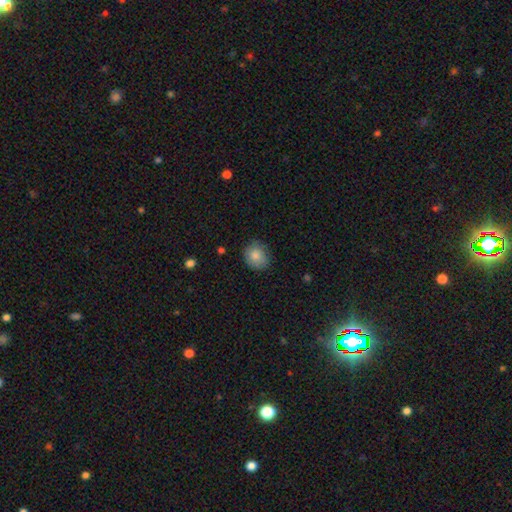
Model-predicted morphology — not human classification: Smooth or featured: smooth — 84% (star or artifact — 8%)
How rounded: round — 61% (in between — 38%)
Merging: none — 79% (minor disturbance — 17%)